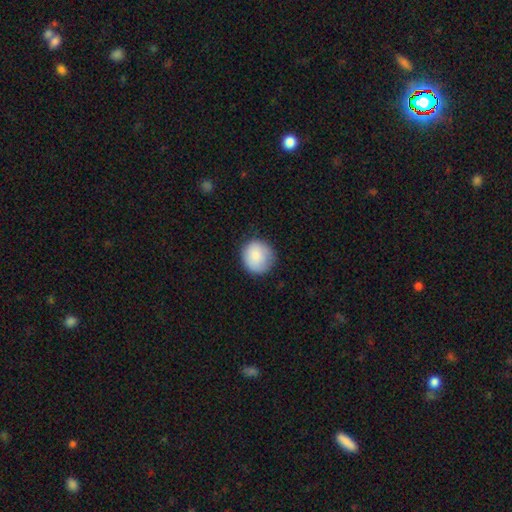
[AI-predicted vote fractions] Smooth or featured: smooth — 86% (featured or disk — 7%)
How rounded: round — 88% (in between — 11%)
Merging: none — 80% (minor disturbance — 15%)